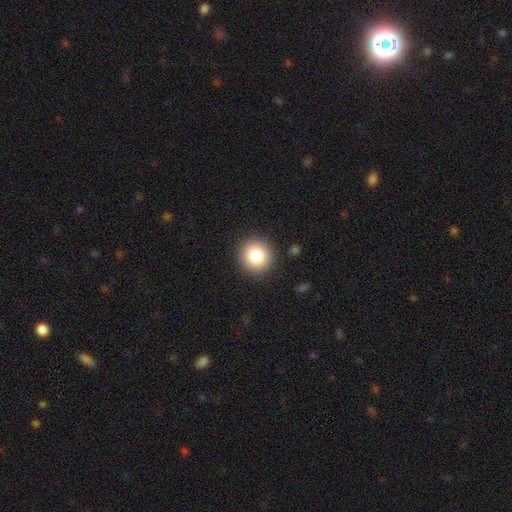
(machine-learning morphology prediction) Smooth or featured? smooth (83%)
How rounded? round (91%)
Merging? none (90%)